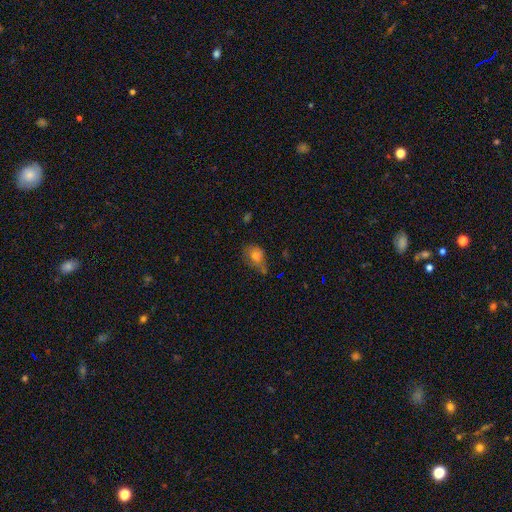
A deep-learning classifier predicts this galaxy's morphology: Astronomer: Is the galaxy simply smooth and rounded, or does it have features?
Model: smooth — 68%.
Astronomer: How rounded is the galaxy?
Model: in between — 63%.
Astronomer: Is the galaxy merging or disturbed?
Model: none — 38% (runner-up: minor disturbance, 34%).